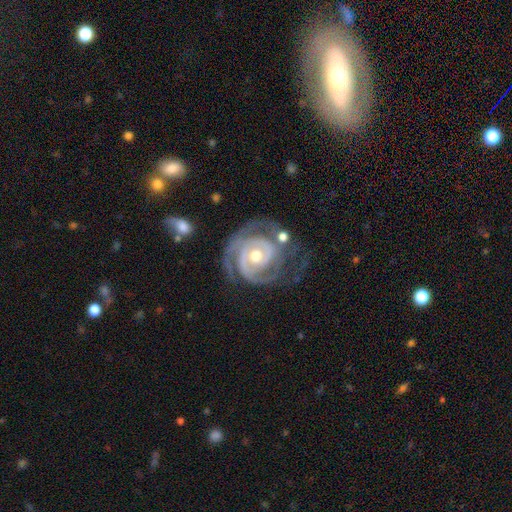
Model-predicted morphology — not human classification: A featured or disk galaxy (90%) with no bar (68%), 2 (48%) tight (70%) spiral arms (97%) and a moderate central bulge (69%). Merging: none (55%).